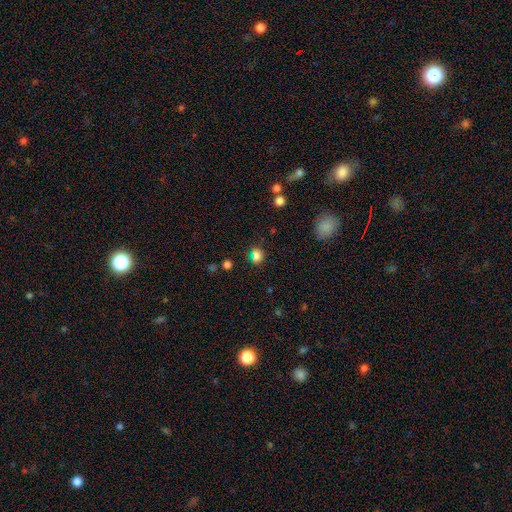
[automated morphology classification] smooth 79%, star or artifact 15%, featured or disk 6%. Down the decision tree: how rounded — round (51%); merging — none (69%).